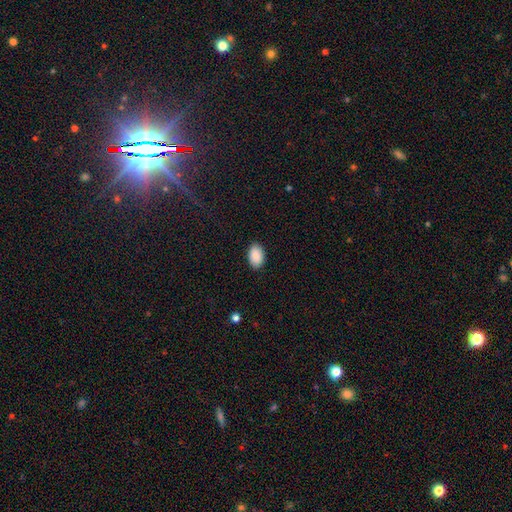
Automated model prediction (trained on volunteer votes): This appears to be a smooth galaxy with no disk features (91%) that is in between round and cigar-shaped (92%). Merging: none (88%).